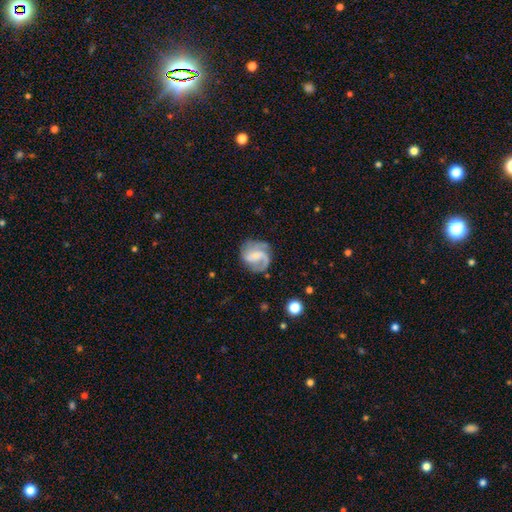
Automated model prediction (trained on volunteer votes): This is likely a featured or disk galaxy (78%). It is clearly not viewed edge-on (98%). Bar: possibly weak (48%). Spiral arm pattern: clearly yes (94%). Spiral arm count: likely 2 (63%). Spiral winding: possibly medium (47%). Central bulge: possibly small (50%). Merging: likely none (65%).